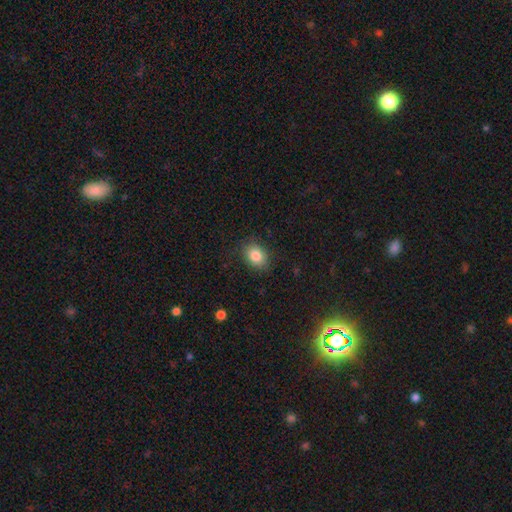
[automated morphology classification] smooth_or_featured: smooth (p=0.84) [alt: star or artifact p=0.09]
how_rounded: in between (p=0.66) [alt: round p=0.33]
merging: none (p=0.83) [alt: minor disturbance p=0.12]